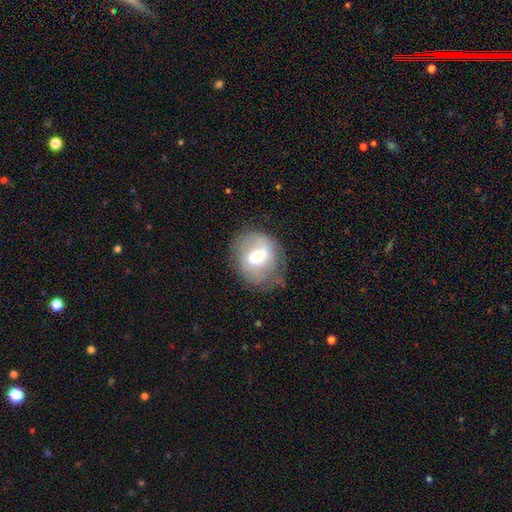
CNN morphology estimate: Q: Smooth or featured?
A: smooth (47%); runner-up: featured or disk (45%)
Q: Merging?
A: none (62%); runner-up: minor disturbance (23%)